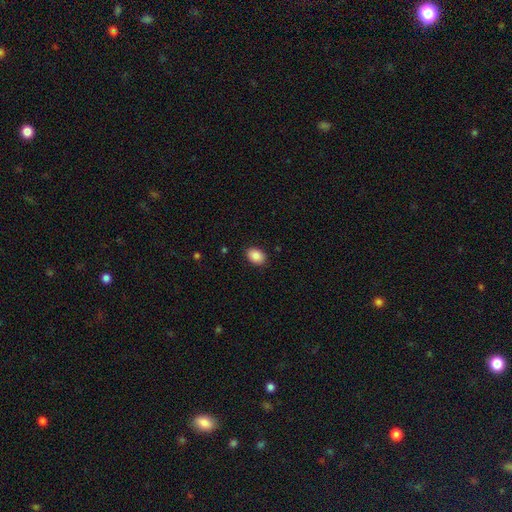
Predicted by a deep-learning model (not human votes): Q: Smooth or featured?
A: smooth (88%); runner-up: star or artifact (8%)
Q: How rounded?
A: in between (80%); runner-up: round (19%)
Q: Merging?
A: none (88%); runner-up: minor disturbance (9%)